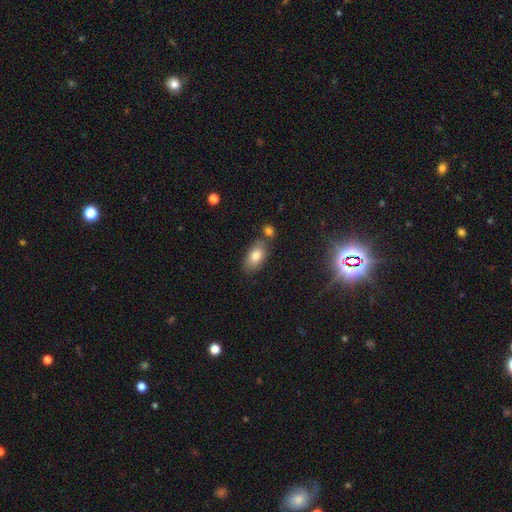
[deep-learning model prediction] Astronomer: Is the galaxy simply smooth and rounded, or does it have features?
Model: smooth — 81%.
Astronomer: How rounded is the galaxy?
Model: in between — 92%.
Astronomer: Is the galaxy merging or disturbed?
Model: none — 70%.